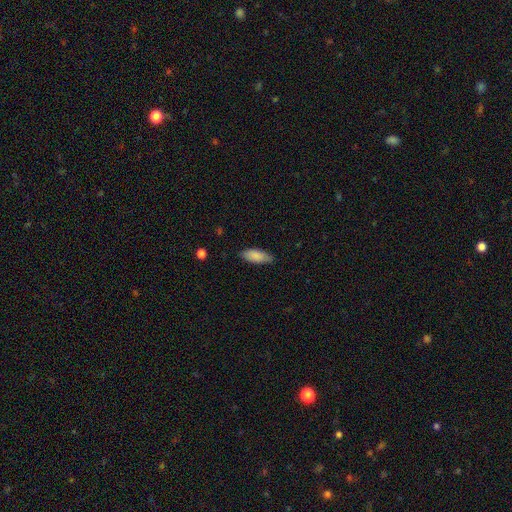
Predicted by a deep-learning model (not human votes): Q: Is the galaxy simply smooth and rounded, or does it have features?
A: smooth — 86%.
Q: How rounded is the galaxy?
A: in between — 78%.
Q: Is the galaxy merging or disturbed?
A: none — 79%.